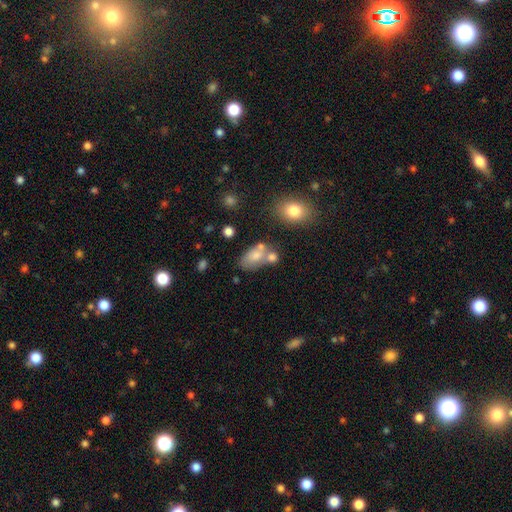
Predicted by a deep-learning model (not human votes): Smooth or featured? smooth (72%)
How rounded? in between (85%)
Merging? merger (37%, tied with none)